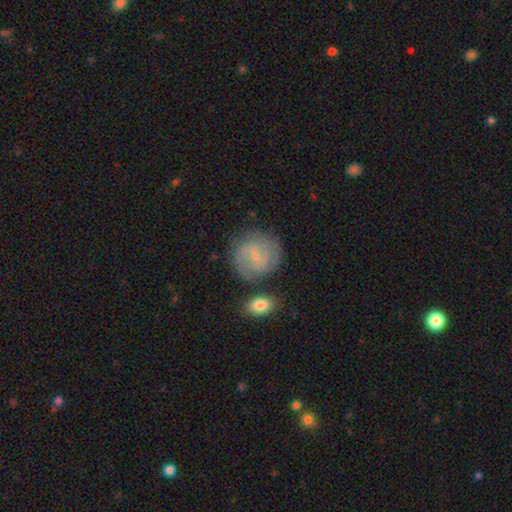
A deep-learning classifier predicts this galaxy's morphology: Smooth or featured?
  - featured or disk: 54% *
  - smooth: 39%
  - star or artifact: 7%
Edge-on disk?
  - no: 97% *
  - yes: 3%
Bar?
  - weak: 56% *
  - no: 31%
  - strong: 13%
Spiral arms?
  - yes: 81% *
  - no: 19%
Bulge size?
  - small: 72% *
  - moderate: 15%
  - none: 11%
  - large: 1%
  - dominant: 1%
Merging?
  - none: 70% *
  - minor disturbance: 17%
  - merger: 7%
  - major disturbance: 6%